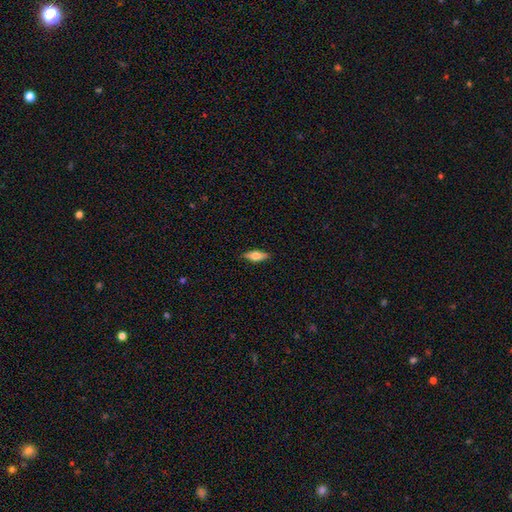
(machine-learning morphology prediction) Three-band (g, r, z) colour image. It shows a smooth galaxy with no disk features (66%) that is in between round and cigar-shaped (64%). Merging: none (87%).